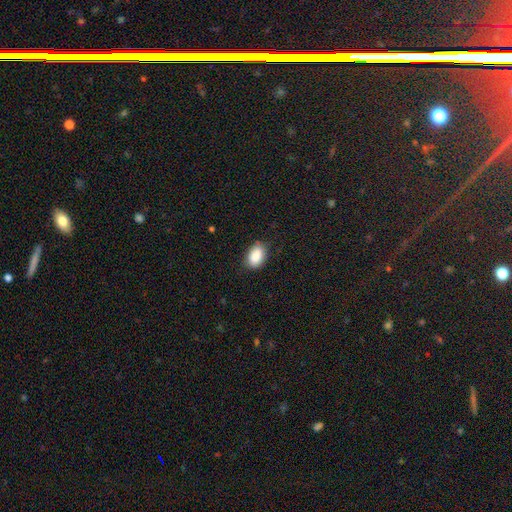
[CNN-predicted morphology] smooth 89%, star or artifact 7%, featured or disk 5%. Down the decision tree: how rounded — in between (90%); merging — none (81%).